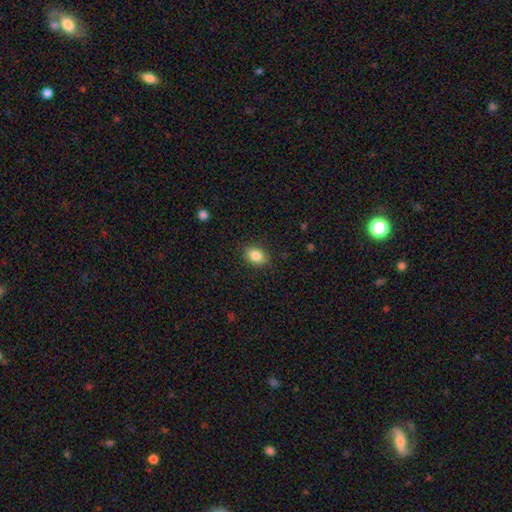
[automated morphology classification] type=smooth (85%); roundness=in between (79%); merging=none (88%).